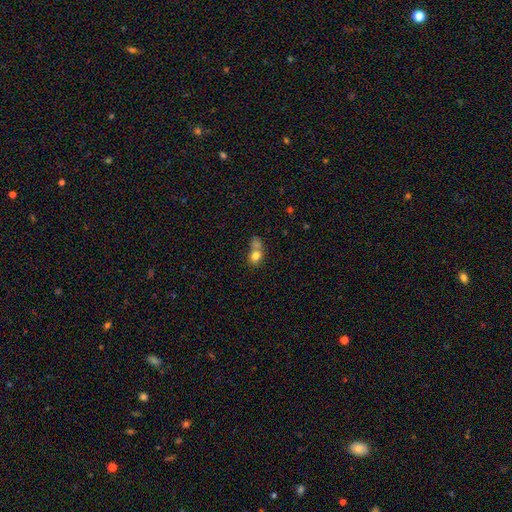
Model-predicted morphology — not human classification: smooth_or_featured: smooth (p=0.75) [alt: featured or disk p=0.14]
how_rounded: round (p=0.56) [alt: in between p=0.43]
merging: merger (p=0.50) [alt: none p=0.29]